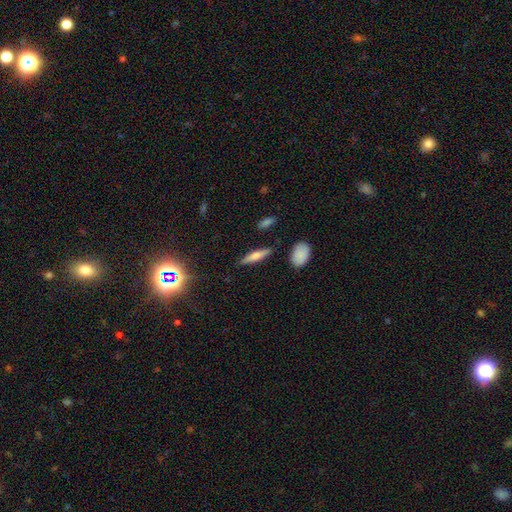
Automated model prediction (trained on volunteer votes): Smooth or featured? Predicted: smooth (p=0.57). How rounded? Predicted: cigar-shaped (p=0.77). Merging? Predicted: none (p=0.85).